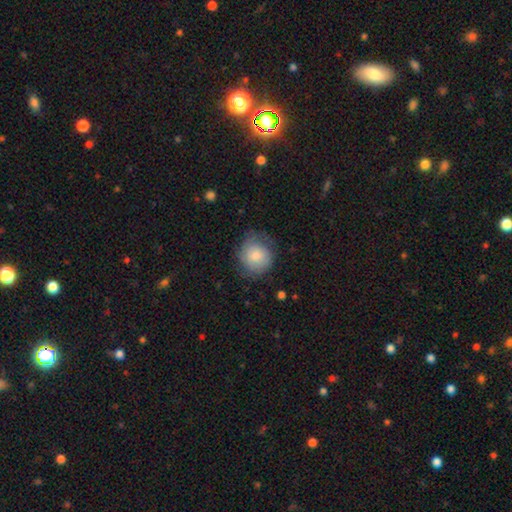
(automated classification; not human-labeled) smooth 77%, featured or disk 16%, star or artifact 7%. Down the decision tree: how rounded — round (84%); merging — none (62%).